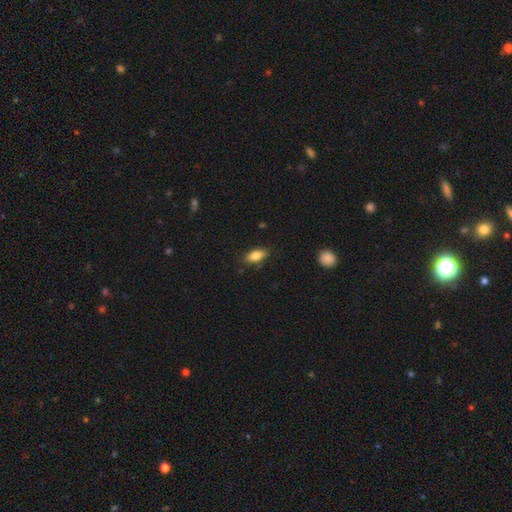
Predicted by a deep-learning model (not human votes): Morphology: type=smooth (84%); roundness=in between (85%); merging=none (84%).